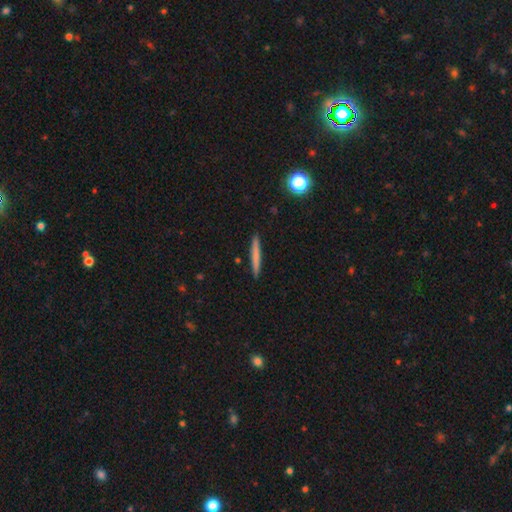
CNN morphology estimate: type=smooth (70%); roundness=cigar-shaped (96%); merging=none (91%).